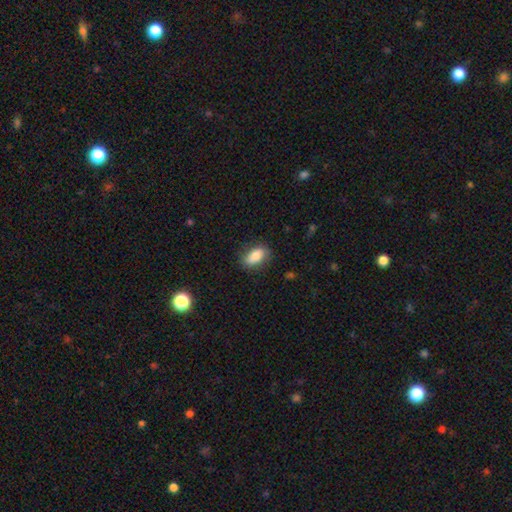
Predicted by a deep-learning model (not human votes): Q: Smooth or featured?
A: smooth (81%); runner-up: featured or disk (11%)
Q: How rounded?
A: in between (87%); runner-up: round (7%)
Q: Merging?
A: none (79%); runner-up: minor disturbance (16%)